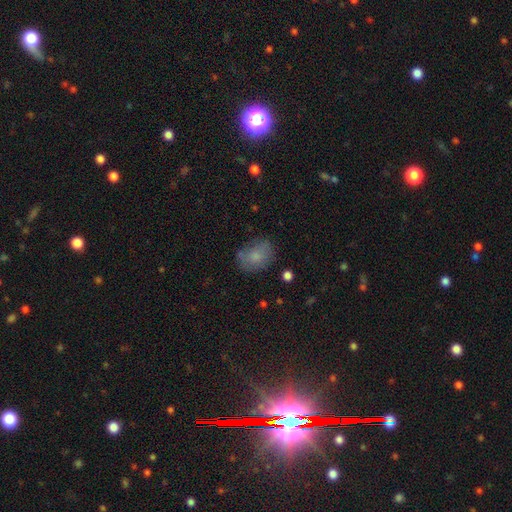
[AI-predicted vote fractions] A smooth galaxy with no disk features (76%) that is in between round and cigar-shaped (69%). Merging: none (66%).